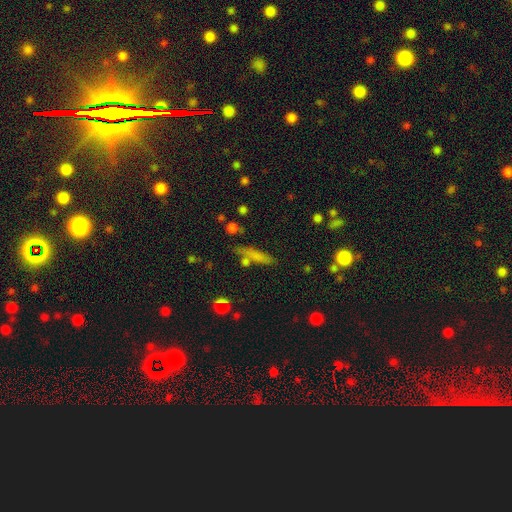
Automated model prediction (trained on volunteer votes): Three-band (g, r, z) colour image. It shows a smooth galaxy with no disk features (68%) that is cigar-shaped (77%). Merging: none (71%).